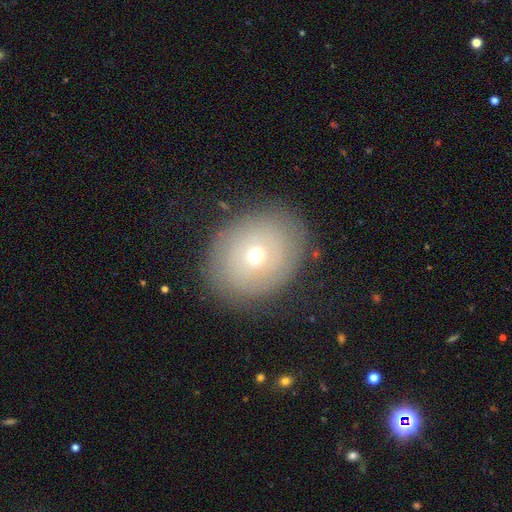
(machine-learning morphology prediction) smooth-or-featured: smooth: 59% | featured or disk: 28% | star or artifact: 13%
  how-rounded: round: 61% | in between: 38% | cigar-shaped: 1%
  merging: none: 81% | minor disturbance: 12% | major disturbance: 5% | merger: 2%